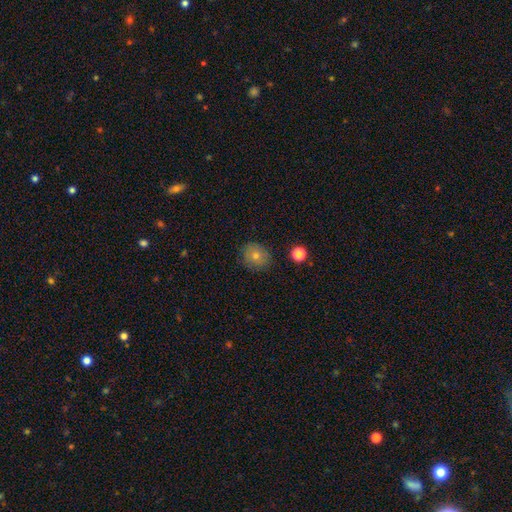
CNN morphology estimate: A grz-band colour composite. It shows a smooth galaxy with no disk features (68%) that is round (73%). Merging: none (86%).